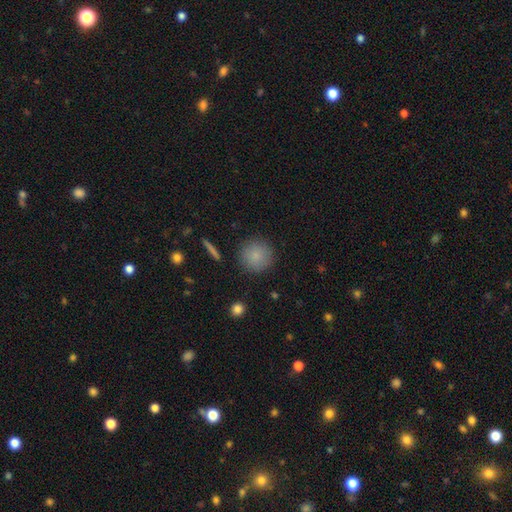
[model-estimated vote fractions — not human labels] This appears to be a smooth galaxy with no disk features (86%) that is round (95%). Merging: none (90%).